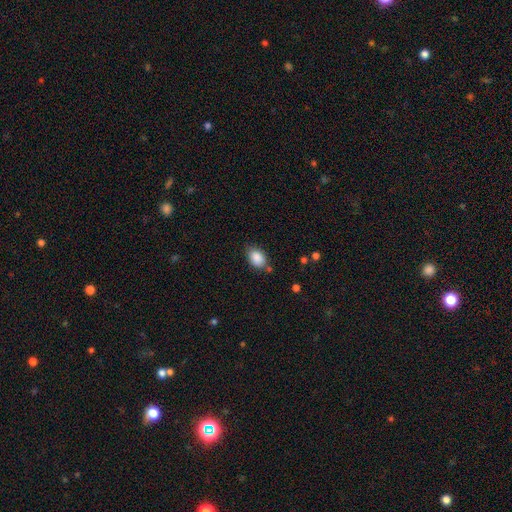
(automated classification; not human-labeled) Morphology: type=smooth (88%); roundness=in between (82%); merging=none (73%).